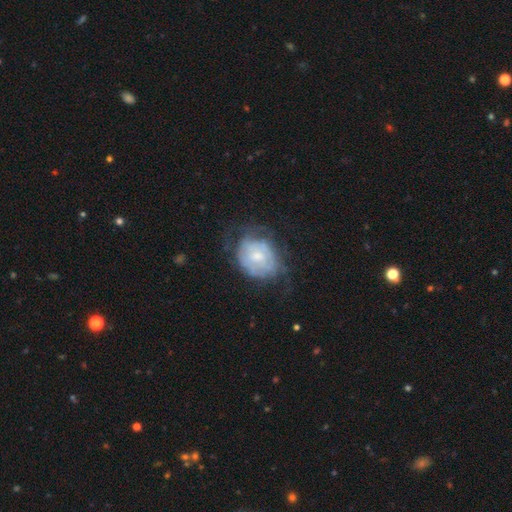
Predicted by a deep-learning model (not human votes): Smooth or featured? featured or disk (59%)
Edge-on disk? no (97%)
Bar? no (67%)
Spiral arms? yes (61%)
Bulge size? small (44%)
Merging? none (52%)